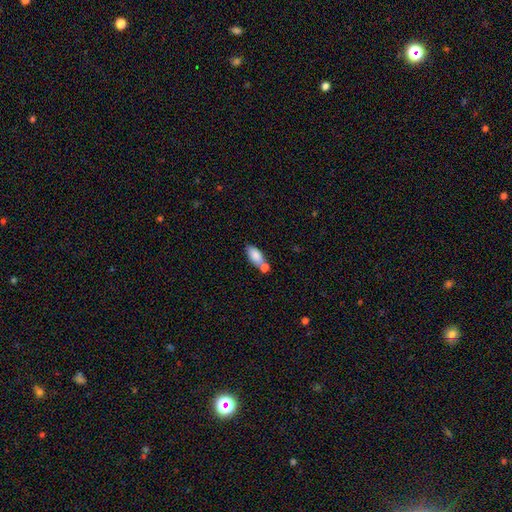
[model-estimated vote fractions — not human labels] A smooth galaxy with no disk features (82%) that is in between round and cigar-shaped (86%).

Vote fractions:
- Smooth or featured? smooth: 82% / featured or disk: 11% / star or artifact: 7%
- How rounded? in between: 86% / cigar-shaped: 11% / round: 3%
- Merging? merger: 42% / none: 41% / minor disturbance: 13% / major disturbance: 4%